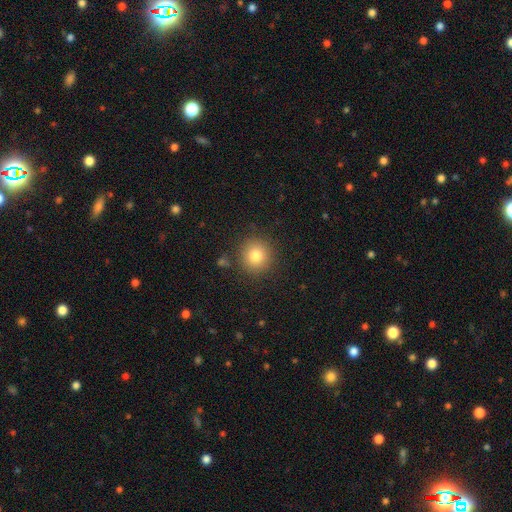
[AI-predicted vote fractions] smooth-or-featured: smooth: 80% | star or artifact: 12% | featured or disk: 8%
  how-rounded: round: 93% | in between: 6% | cigar-shaped: 1%
  merging: none: 88% | minor disturbance: 7% | major disturbance: 3% | merger: 2%